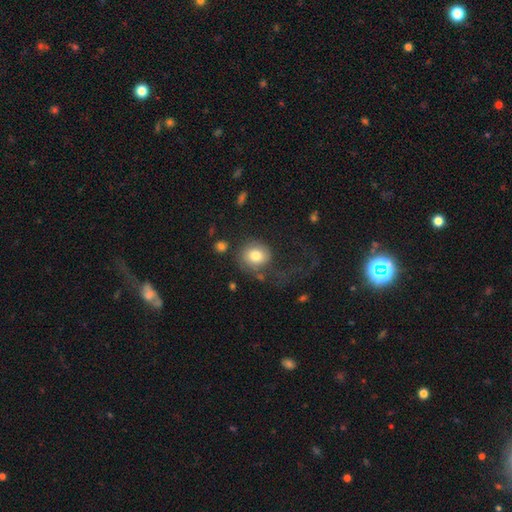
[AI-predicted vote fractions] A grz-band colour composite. It shows a smooth galaxy with no disk features (77%) that is round (81%). Merging: none (54%).